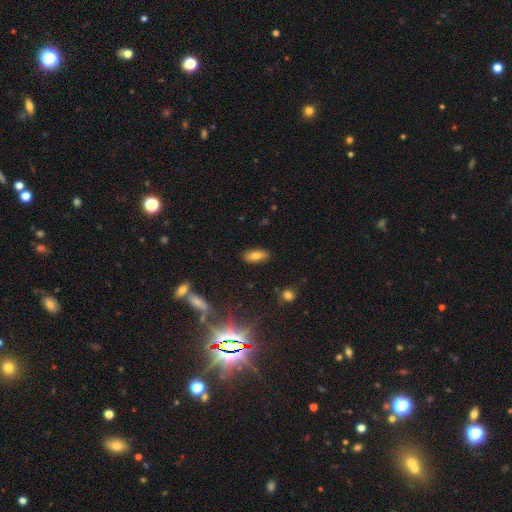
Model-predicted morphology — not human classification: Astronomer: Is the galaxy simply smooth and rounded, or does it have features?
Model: smooth — 73%.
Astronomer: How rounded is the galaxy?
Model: in between — 83%.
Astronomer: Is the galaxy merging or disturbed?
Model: none — 87%.